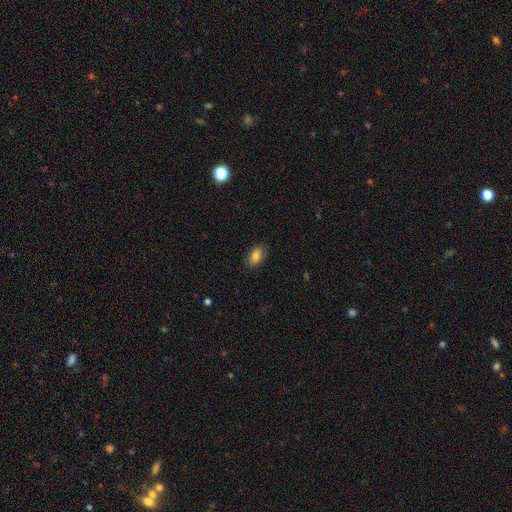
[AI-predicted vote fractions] This appears to be a smooth galaxy with no disk features (82%) that is in between round and cigar-shaped (90%). Merging: none (85%).